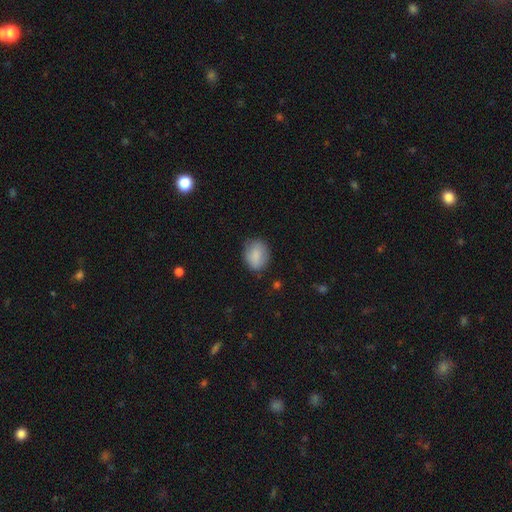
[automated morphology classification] Smooth or featured: smooth — 84% (featured or disk — 9%)
How rounded: in between — 54% (round — 45%)
Merging: none — 76% (minor disturbance — 18%)